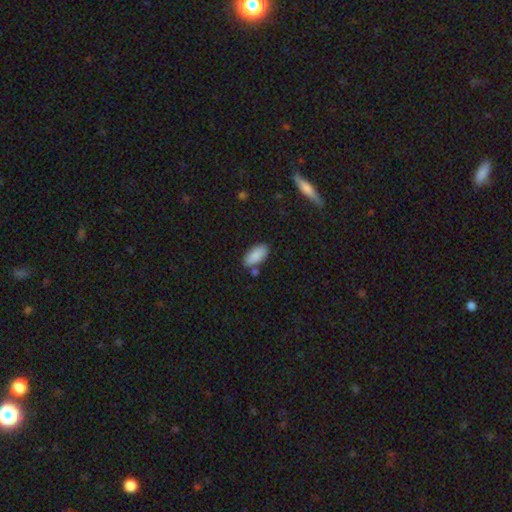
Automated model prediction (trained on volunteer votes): Smooth or featured? Predicted: smooth (p=0.88). How rounded? Predicted: in between (p=0.92). Merging? Predicted: none (p=0.74).